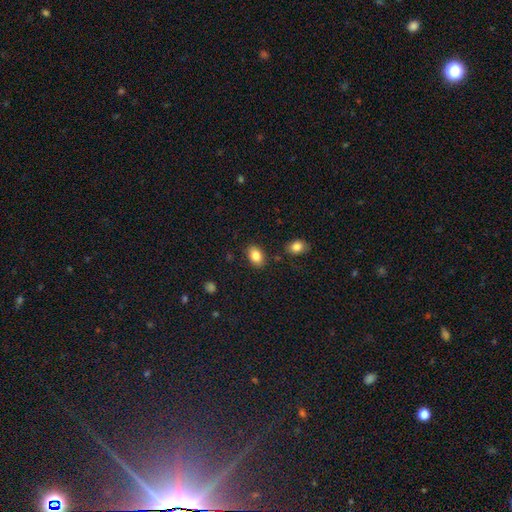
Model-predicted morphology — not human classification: smooth 84%, star or artifact 8%, featured or disk 8%. Down the decision tree: how rounded — in between (85%); merging — none (84%).